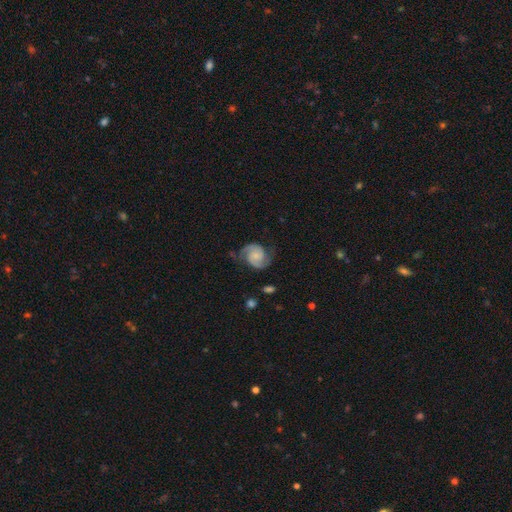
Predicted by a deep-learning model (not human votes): This appears to be a featured or disk galaxy (87%) with no bar (64%), 2 (92%) medium (50%) spiral arms (98%) and a small central bulge (53%). Merging: none (73%).